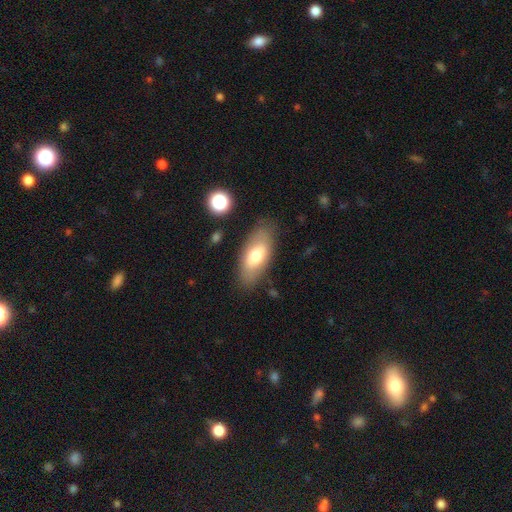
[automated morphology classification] A smooth galaxy with no disk features (67%) that is in between round and cigar-shaped (89%). Merging: none (80%).